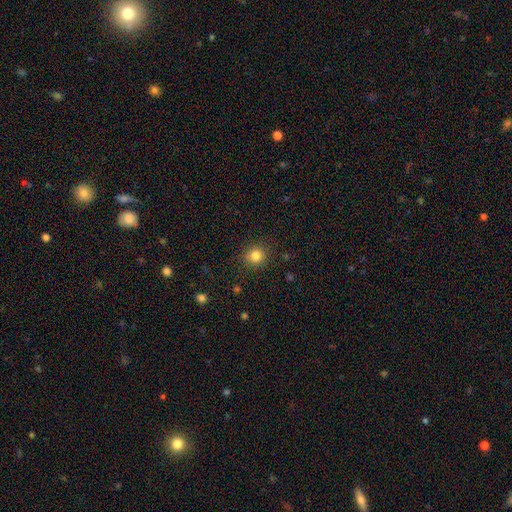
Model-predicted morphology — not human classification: smooth 82%, star or artifact 12%, featured or disk 5%. Down the decision tree: how rounded — round (89%); merging — none (88%).